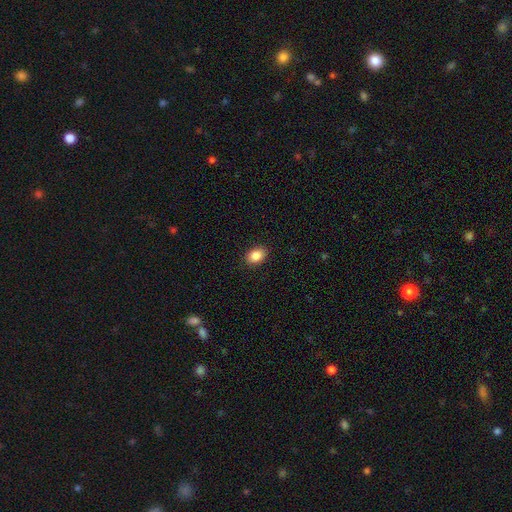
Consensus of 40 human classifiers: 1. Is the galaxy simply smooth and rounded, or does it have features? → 88% smooth, 10% star or artifact, 2% featured or disk.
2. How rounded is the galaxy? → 89% in between, 11% round, 0% cigar-shaped.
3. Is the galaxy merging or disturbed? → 94% none, 6% major disturbance, 0% minor disturbance, 0% merger.